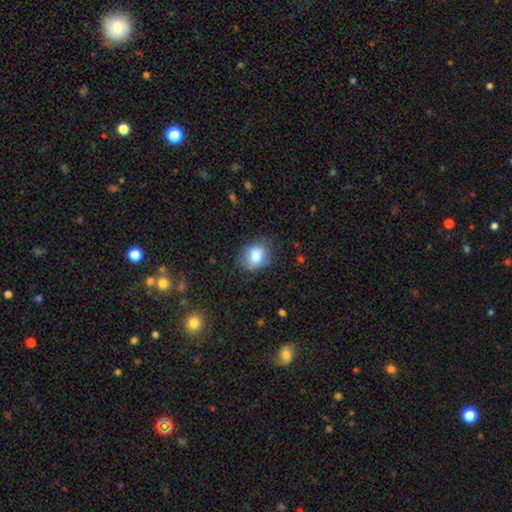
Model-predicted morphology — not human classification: type=smooth (83%); roundness=round (53%); merging=none (77%).